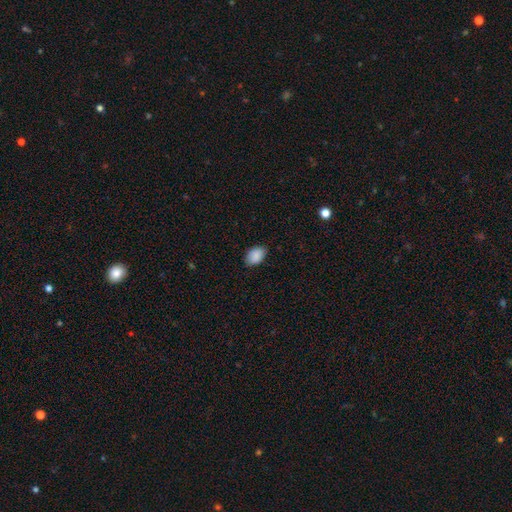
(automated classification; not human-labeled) A smooth galaxy with no disk features (89%) that is in between round and cigar-shaped (86%).

Vote fractions:
- Smooth or featured? smooth: 89% / star or artifact: 7% / featured or disk: 4%
- How rounded? in between: 86% / round: 13% / cigar-shaped: 1%
- Merging? none: 82% / minor disturbance: 15% / major disturbance: 3% / merger: 1%